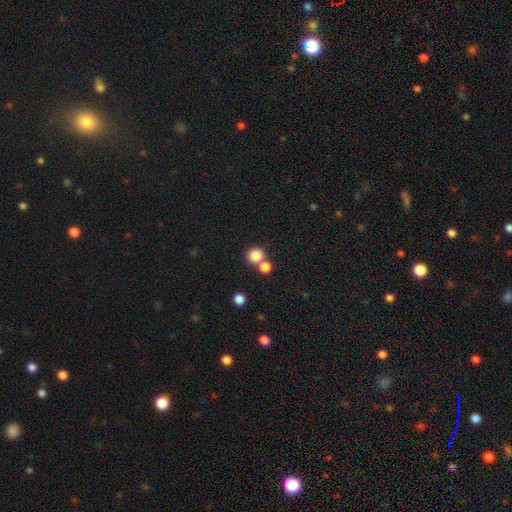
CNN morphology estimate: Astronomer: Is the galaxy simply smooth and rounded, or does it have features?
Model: smooth — 83%.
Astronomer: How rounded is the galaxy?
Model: round — 86%.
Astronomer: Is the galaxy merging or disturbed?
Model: none — 55% (runner-up: merger, 36%).